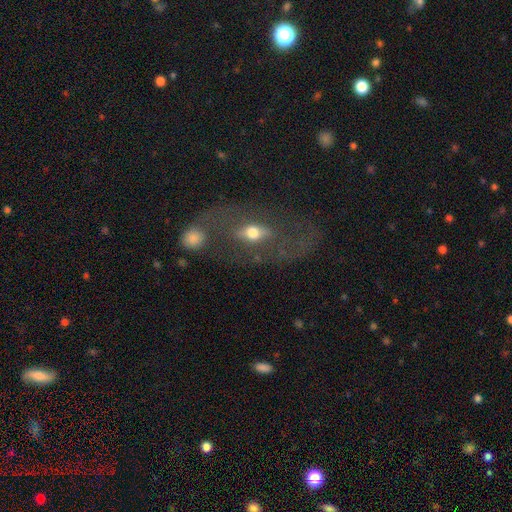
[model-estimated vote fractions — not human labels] Overall: featured or disk (55%; smooth 26%). Edge-on disk: no (91%). Merging: none (43%; merger 29%).